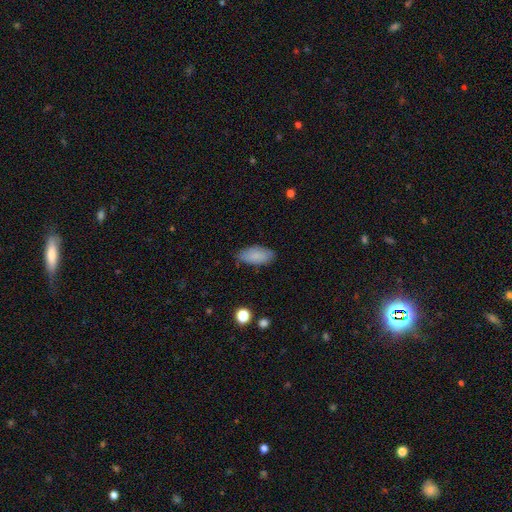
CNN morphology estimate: Overall: smooth (85%). How rounded: in between (91%). Merging: none (76%).